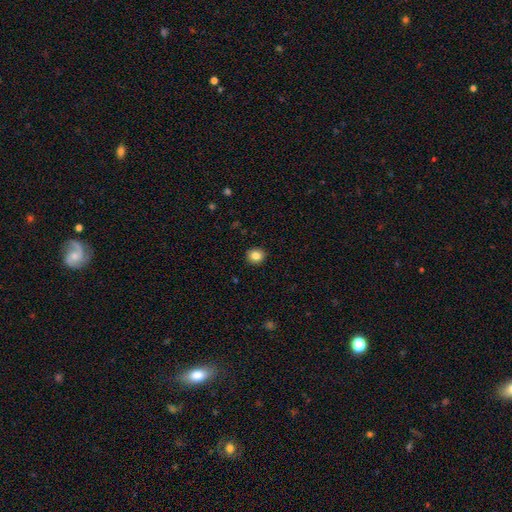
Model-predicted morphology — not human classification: Q: Smooth or featured?
A: smooth (85%); runner-up: star or artifact (10%)
Q: How rounded?
A: round (83%); runner-up: in between (16%)
Q: Merging?
A: none (92%); runner-up: minor disturbance (6%)